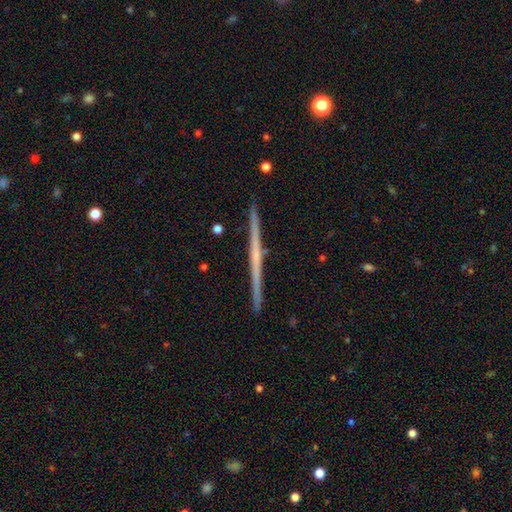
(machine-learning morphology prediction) Smooth or featured?
  - featured or disk: 73% *
  - smooth: 21%
  - star or artifact: 5%
Edge-on disk?
  - yes: 99% *
  - no: 1%
Edge-on bulge?
  - none: 72% *
  - rounded: 22%
  - boxy: 6%
Merging?
  - none: 93% *
  - minor disturbance: 5%
  - merger: 1%
  - major disturbance: 1%